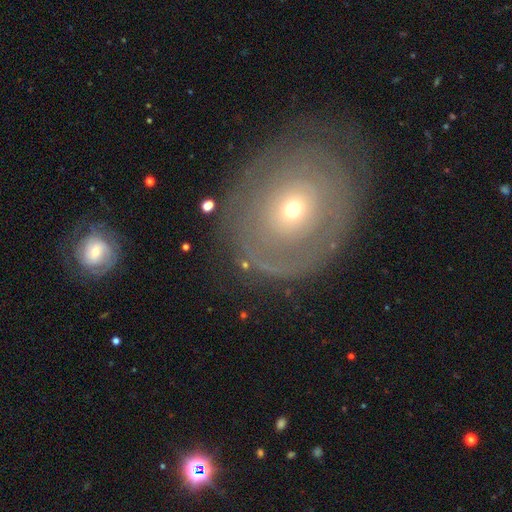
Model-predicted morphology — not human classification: The model was most divided on "spiral arms": no: 55%, yes: 45%. More confident: edge-on disk — no (94%); bar — no (87%); merging — none (74%); bulge size — small (59%); smooth or featured — featured or disk (57%).